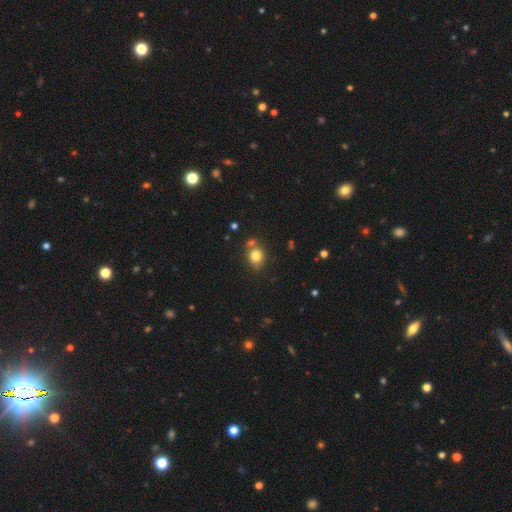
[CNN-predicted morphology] This appears to be a smooth galaxy with no disk features (81%) that is round (67%). Merging: none (68%).